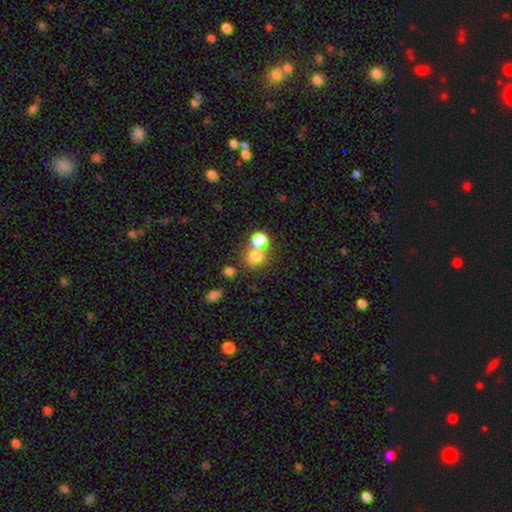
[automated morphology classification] smooth 74%, star or artifact 17%, featured or disk 9%. Down the decision tree: how rounded — round (77%); merging — none (52%).